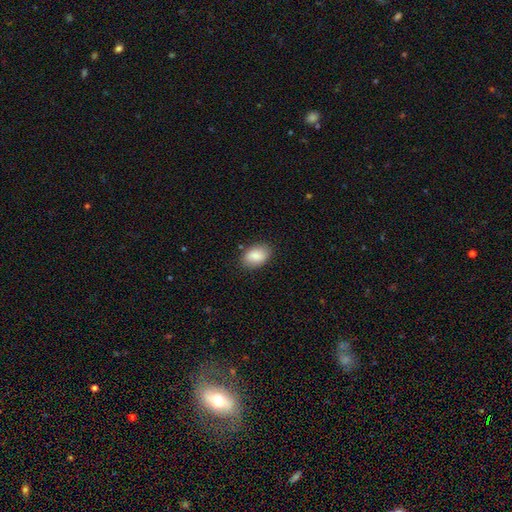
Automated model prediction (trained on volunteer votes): This appears to be a smooth galaxy with no disk features (84%) that is in between round and cigar-shaped (84%). Merging: none (84%).